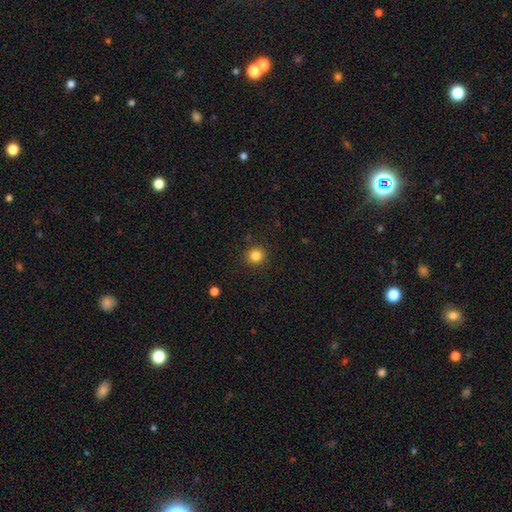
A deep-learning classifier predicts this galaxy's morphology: The model was most divided on "smooth or featured": smooth: 83%, star or artifact: 12%, featured or disk: 5%. More confident: how rounded — round (93%); merging — none (91%).